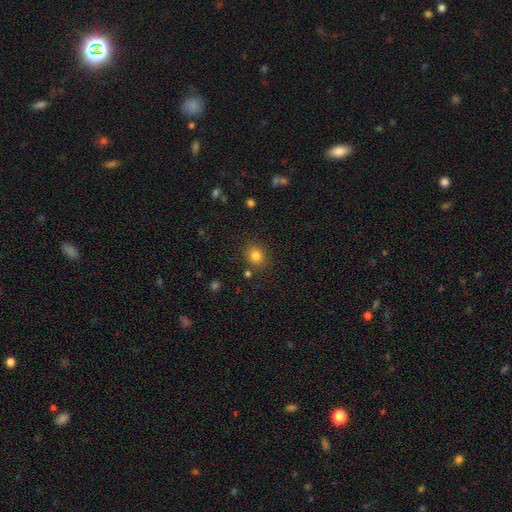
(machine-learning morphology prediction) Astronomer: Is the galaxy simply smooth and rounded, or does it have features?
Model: smooth — 82%.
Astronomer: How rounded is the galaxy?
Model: round — 68%.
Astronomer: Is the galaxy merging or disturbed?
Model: none — 83%.